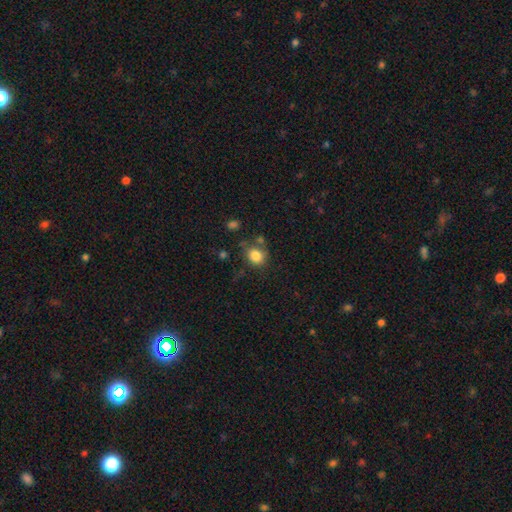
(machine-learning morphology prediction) Smooth or featured: smooth — 84% (star or artifact — 10%)
How rounded: round — 69% (in between — 30%)
Merging: none — 67% (minor disturbance — 18%)